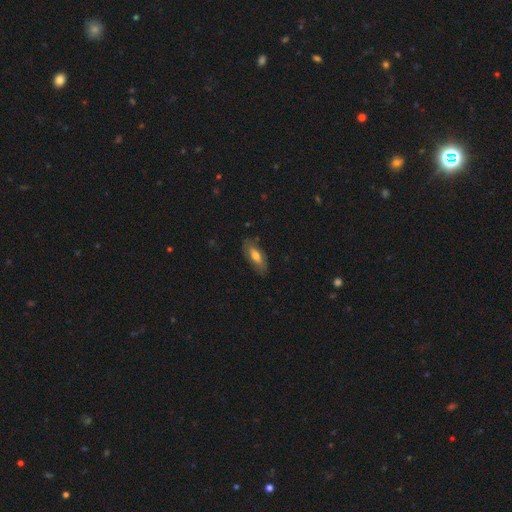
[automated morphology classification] A smooth galaxy with no disk features (55%) that is in between round and cigar-shaped (82%). Merging: none (77%).